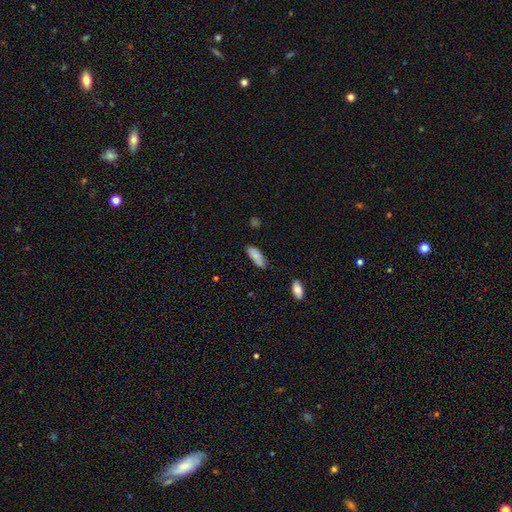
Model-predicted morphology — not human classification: Smooth or featured: smooth — 78% (featured or disk — 15%)
How rounded: in between — 73% (cigar-shaped — 25%)
Merging: none — 71% (minor disturbance — 22%)